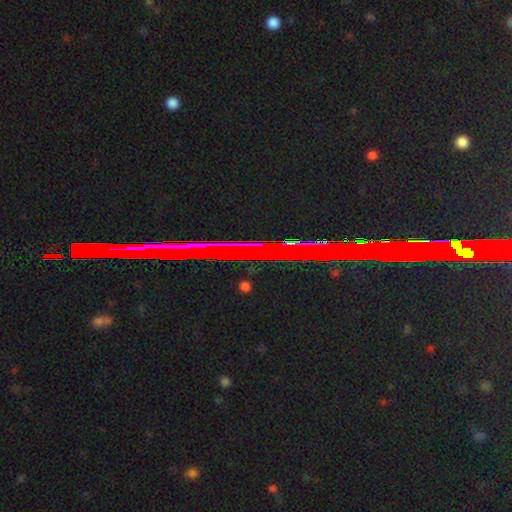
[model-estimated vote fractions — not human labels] Overall: star or artifact (82%).